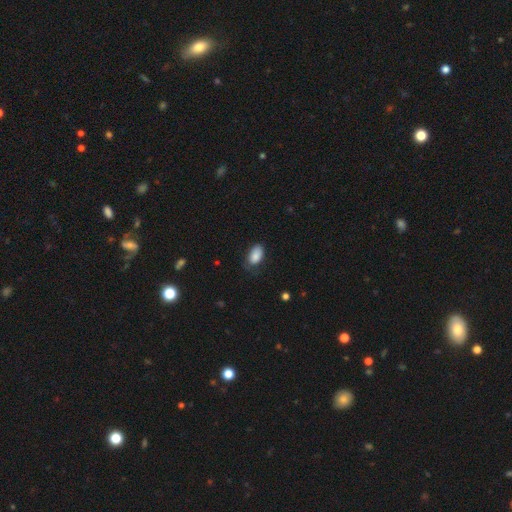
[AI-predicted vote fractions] The model was most divided on "merging": none: 64%, minor disturbance: 27%, major disturbance: 7%, merger: 1%. More confident: how rounded — in between (93%); smooth or featured — smooth (86%).